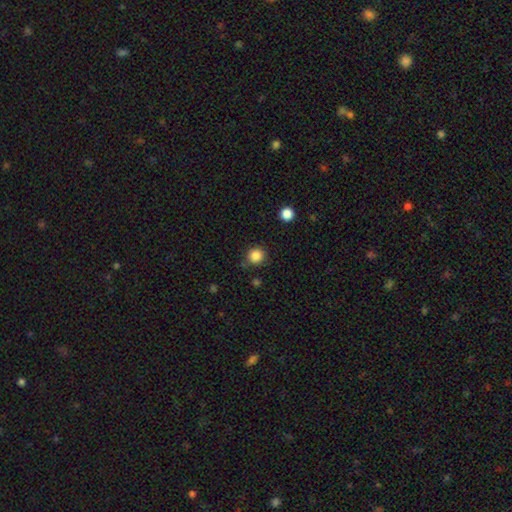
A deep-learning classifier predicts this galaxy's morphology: Overall: smooth (86%). How rounded: round (91%). Merging: none (81%).